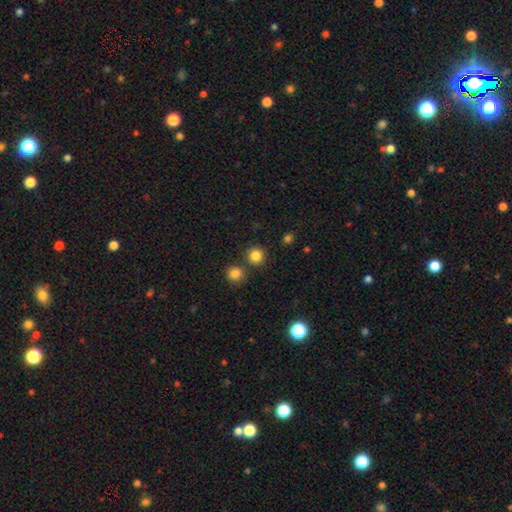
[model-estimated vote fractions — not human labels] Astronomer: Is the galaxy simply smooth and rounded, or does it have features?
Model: smooth — 84%.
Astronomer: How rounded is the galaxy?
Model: round — 91%.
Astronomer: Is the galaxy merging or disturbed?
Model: none — 81%.